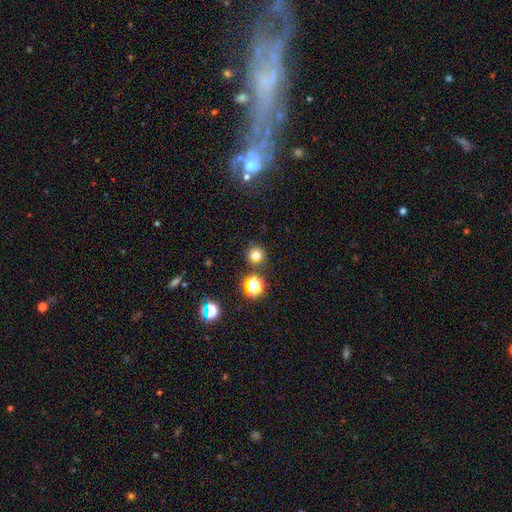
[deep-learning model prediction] Overall: smooth (75%). How rounded: round (94%). Merging: none (85%).